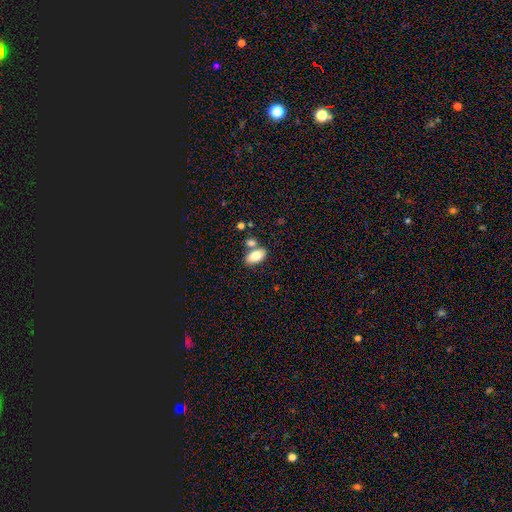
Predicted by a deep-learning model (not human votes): A smooth galaxy with no disk features (78%) that is in between round and cigar-shaped (91%).

Vote fractions:
- Smooth or featured? smooth: 78% / featured or disk: 15% / star or artifact: 7%
- How rounded? in between: 91% / round: 6% / cigar-shaped: 3%
- Merging? none: 64% / merger: 21% / minor disturbance: 11% / major disturbance: 3%